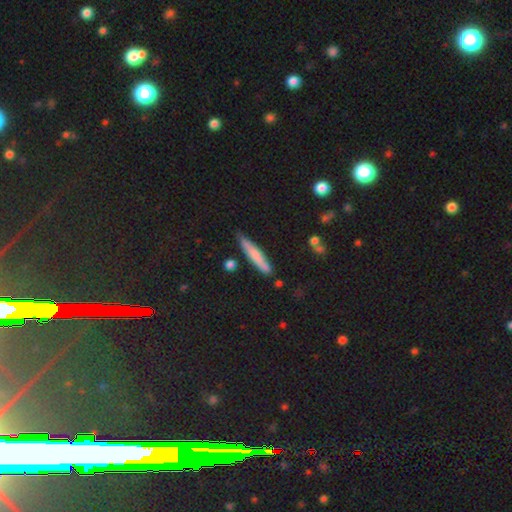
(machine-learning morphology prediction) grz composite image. It shows a smooth galaxy with no disk features (71%) that is cigar-shaped (93%). Merging: none (80%).